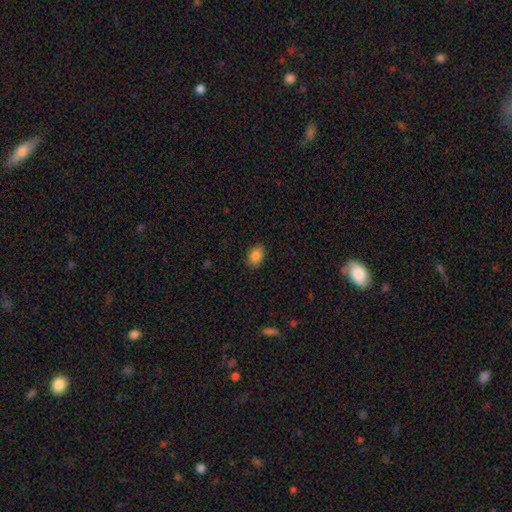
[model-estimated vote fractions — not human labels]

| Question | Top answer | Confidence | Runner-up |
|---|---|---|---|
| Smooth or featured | smooth | 86% | star or artifact (9%) |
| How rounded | in between | 80% | round (19%) |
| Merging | none | 88% | minor disturbance (8%) |